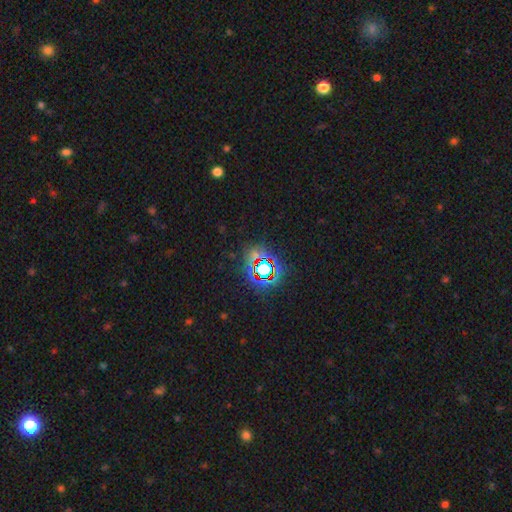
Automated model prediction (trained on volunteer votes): Smooth or featured: star or artifact — 74% (smooth — 16%)